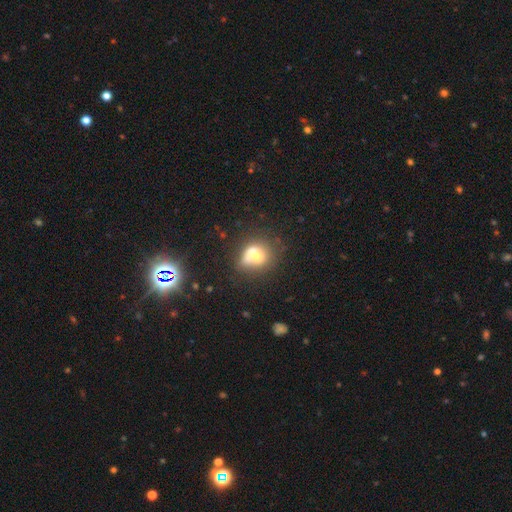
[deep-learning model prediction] smooth 60%, featured or disk 28%, star or artifact 12%. Down the decision tree: how rounded — round (61%); merging — merger (44%).